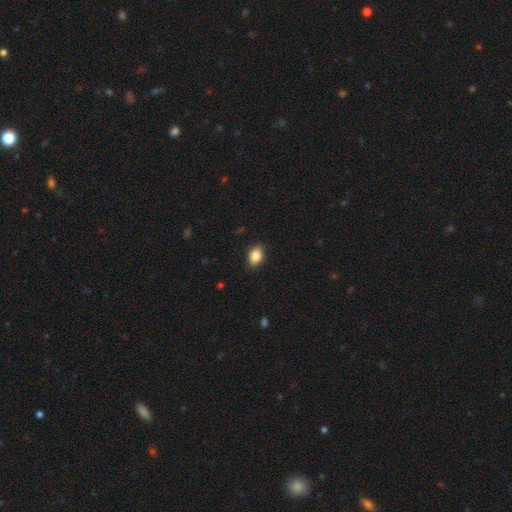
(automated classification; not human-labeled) Smooth or featured?
  - smooth: 85% *
  - star or artifact: 8%
  - featured or disk: 7%
How rounded?
  - in between: 82% *
  - round: 16%
  - cigar-shaped: 2%
Merging?
  - none: 86% *
  - minor disturbance: 11%
  - major disturbance: 2%
  - merger: 1%